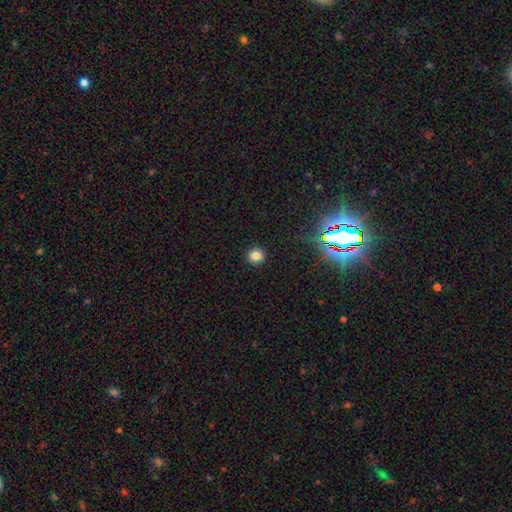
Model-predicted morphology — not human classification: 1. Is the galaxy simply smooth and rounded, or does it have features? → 81% smooth, 15% star or artifact, 4% featured or disk.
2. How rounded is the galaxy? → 91% round, 8% in between, 1% cigar-shaped.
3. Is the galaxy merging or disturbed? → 92% none, 5% minor disturbance, 2% major disturbance, 1% merger.